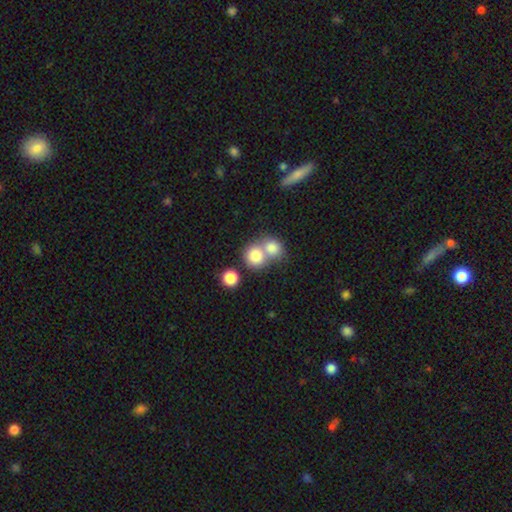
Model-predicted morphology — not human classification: Smooth or featured? Predicted: smooth (p=0.79). How rounded? Predicted: round (p=0.82). Merging? Predicted: merger (p=0.58).